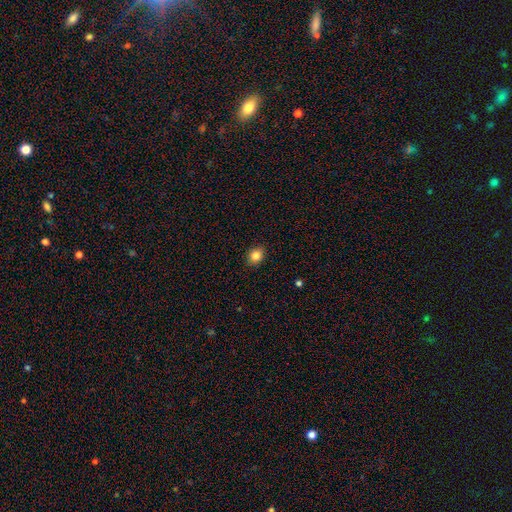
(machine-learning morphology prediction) A smooth galaxy with no disk features (85%) that is round (51%).

Vote fractions:
- Smooth or featured? smooth: 85% / star or artifact: 10% / featured or disk: 5%
- How rounded? round: 51% / in between: 48% / cigar-shaped: 1%
- Merging? none: 89% / minor disturbance: 8% / major disturbance: 2% / merger: 1%